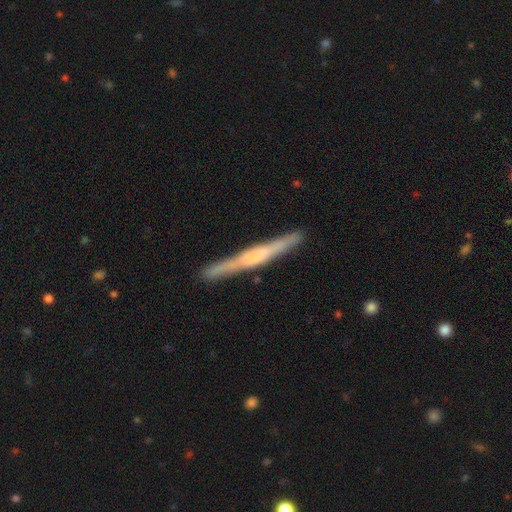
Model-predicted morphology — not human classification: featured or disk 65%, smooth 29%, star or artifact 5%. Down the decision tree: edge-on disk — yes (97%); edge-on bulge — boxy (38%); merging — none (87%).